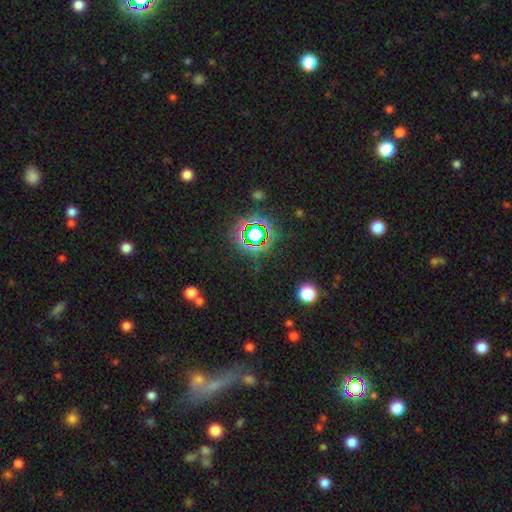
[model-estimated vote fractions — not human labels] Morphology: type=star or artifact (72%).